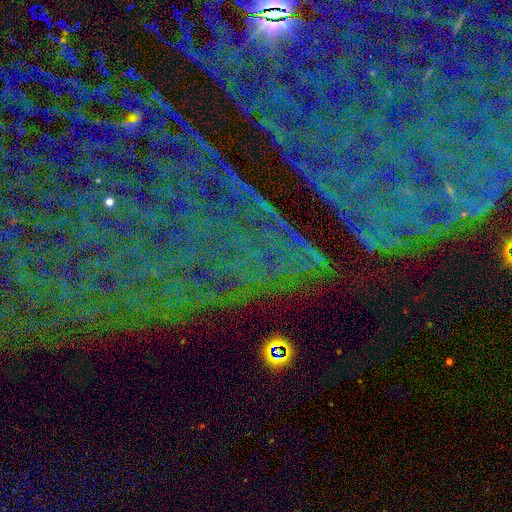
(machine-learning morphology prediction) Smooth or featured? star or artifact (81%)